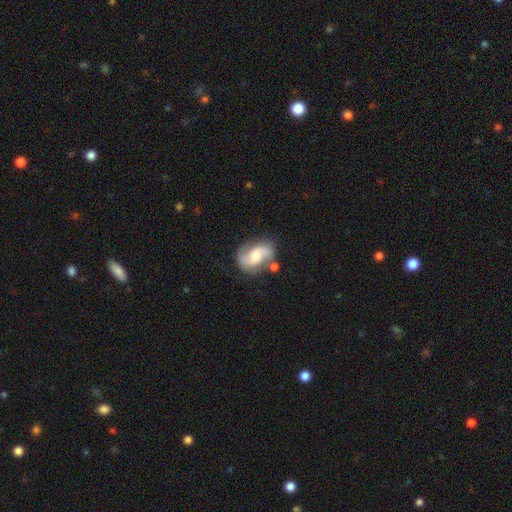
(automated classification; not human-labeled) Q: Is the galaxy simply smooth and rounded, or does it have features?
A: featured or disk — 77%.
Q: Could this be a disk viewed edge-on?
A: no — 97%.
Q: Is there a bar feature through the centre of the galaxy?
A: no — 50%.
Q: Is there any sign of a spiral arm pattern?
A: yes — 94%.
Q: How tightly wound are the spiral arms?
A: medium — 45%.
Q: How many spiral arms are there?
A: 2 — 91%.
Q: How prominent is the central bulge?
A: moderate — 61%.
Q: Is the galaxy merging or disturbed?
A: none — 67%.